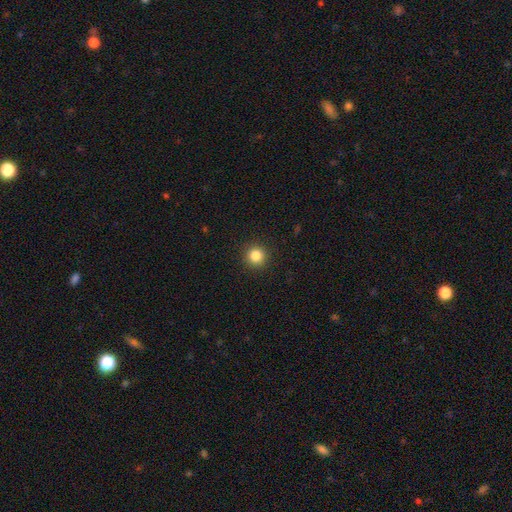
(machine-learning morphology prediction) This appears to be a smooth galaxy with no disk features (84%) that is round (95%). Merging: none (92%).